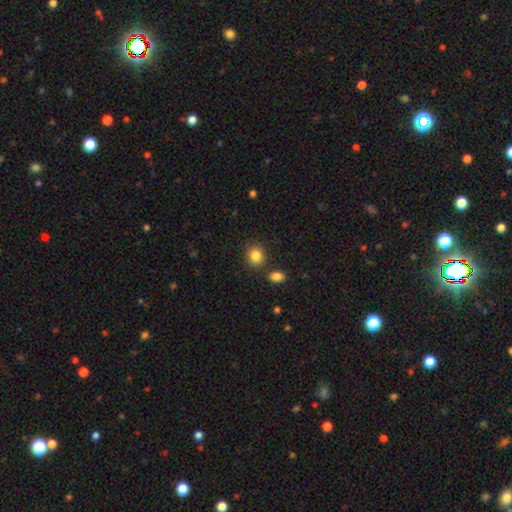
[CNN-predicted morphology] smooth 86%, star or artifact 9%, featured or disk 5%. Down the decision tree: how rounded — round (73%); merging — none (80%).